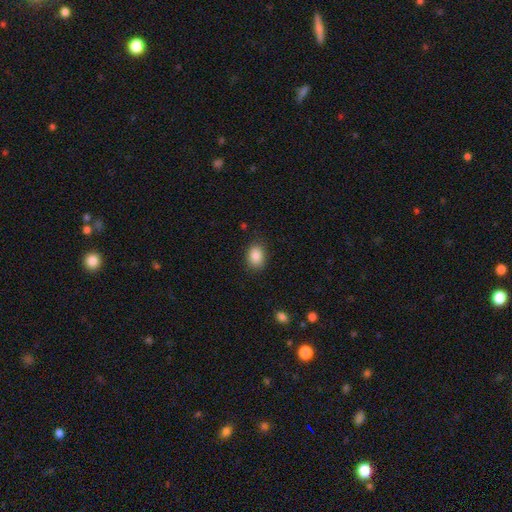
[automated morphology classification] Smooth or featured? Predicted: smooth (p=0.87). How rounded? Predicted: in between (p=0.72). Merging? Predicted: none (p=0.85).